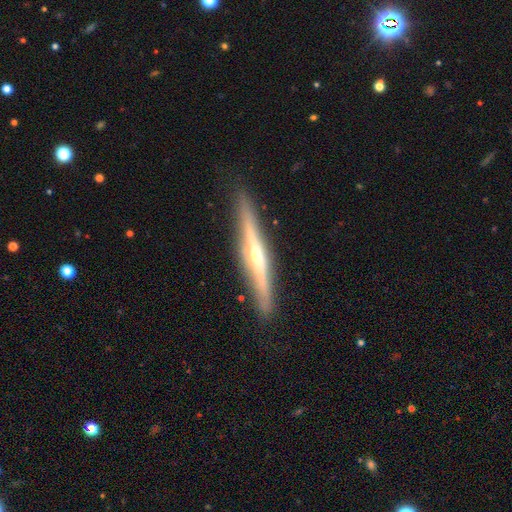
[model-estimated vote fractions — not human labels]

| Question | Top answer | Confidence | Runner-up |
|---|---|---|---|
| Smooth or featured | featured or disk | 79% | smooth (16%) |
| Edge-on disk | yes | 97% | no (3%) |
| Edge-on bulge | rounded | 83% | none (12%) |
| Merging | none | 89% | minor disturbance (8%) |